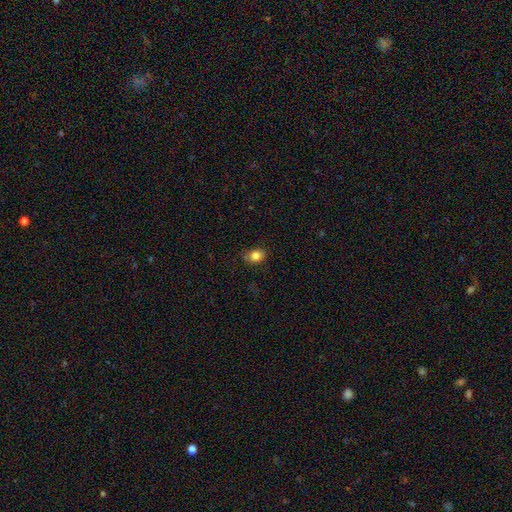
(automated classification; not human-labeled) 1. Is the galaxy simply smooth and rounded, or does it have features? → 83% smooth, 11% star or artifact, 6% featured or disk.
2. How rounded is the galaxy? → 51% in between, 48% round, 1% cigar-shaped.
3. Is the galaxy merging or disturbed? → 79% none, 16% minor disturbance, 3% major disturbance, 1% merger.